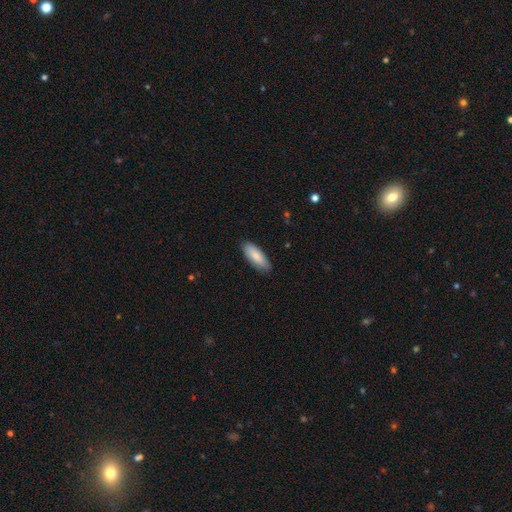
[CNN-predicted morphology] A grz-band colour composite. It shows a smooth galaxy with no disk features (86%) that is in between round and cigar-shaped (71%). Merging: none (86%).